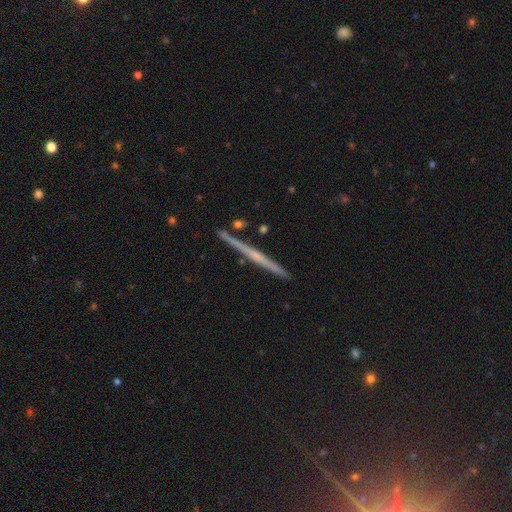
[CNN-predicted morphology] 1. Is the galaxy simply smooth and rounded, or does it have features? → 70% featured or disk, 21% smooth, 9% star or artifact.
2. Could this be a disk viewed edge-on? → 98% yes, 2% no.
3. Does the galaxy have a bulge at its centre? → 54% none, 38% rounded, 9% boxy.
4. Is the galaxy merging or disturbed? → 90% none, 7% minor disturbance, 2% merger, 2% major disturbance.